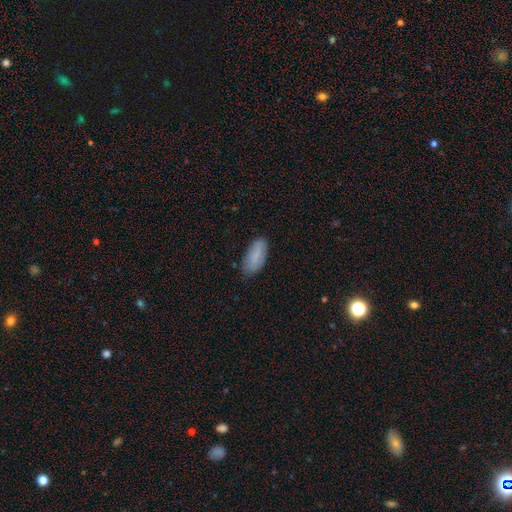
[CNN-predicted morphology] Q: Smooth or featured?
A: smooth (83%); runner-up: featured or disk (10%)
Q: How rounded?
A: in between (86%); runner-up: cigar-shaped (12%)
Q: Merging?
A: none (78%); runner-up: minor disturbance (17%)